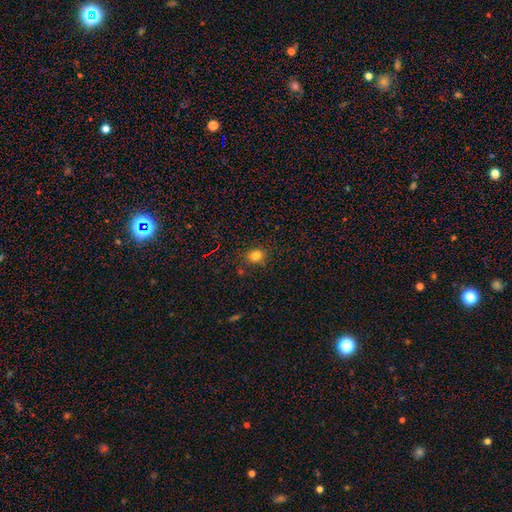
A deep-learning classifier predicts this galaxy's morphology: smooth 79%, star or artifact 15%, featured or disk 6%. Down the decision tree: how rounded — round (53%); merging — none (82%).